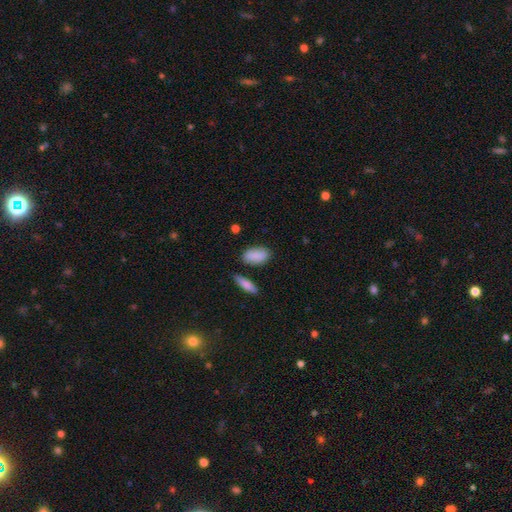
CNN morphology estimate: smooth-or-featured: smooth: 87% | featured or disk: 7% | star or artifact: 6%
  how-rounded: in between: 90% | cigar-shaped: 6% | round: 4%
  merging: none: 77% | minor disturbance: 14% | merger: 5% | major disturbance: 3%